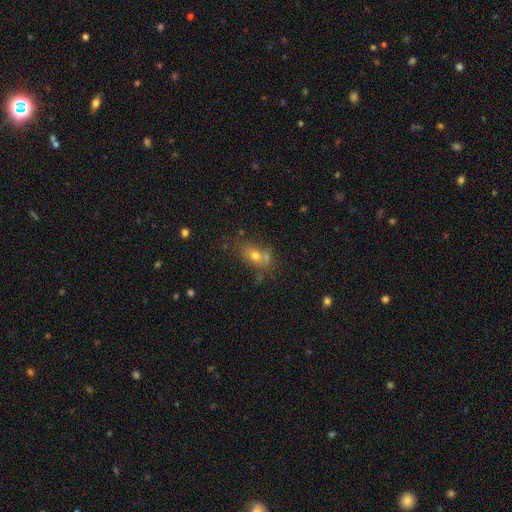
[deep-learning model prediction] smooth_or_featured: smooth (p=0.65) [alt: star or artifact p=0.17]
how_rounded: in between (p=0.64) [alt: round p=0.32]
merging: none (p=0.51) [alt: merger p=0.25]